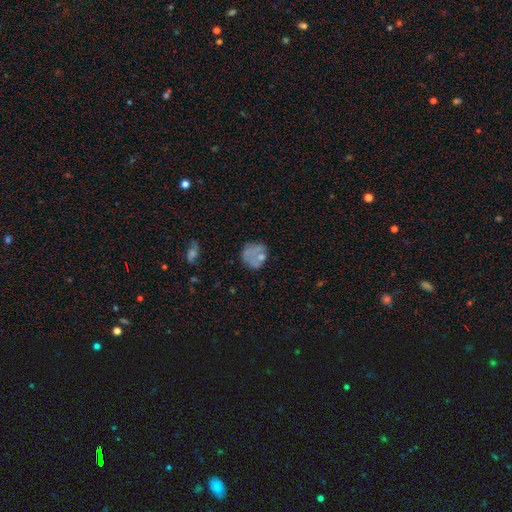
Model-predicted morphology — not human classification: This is possibly a smooth galaxy (59%). How rounded: likely round (74%). Merging: possibly none (48%).